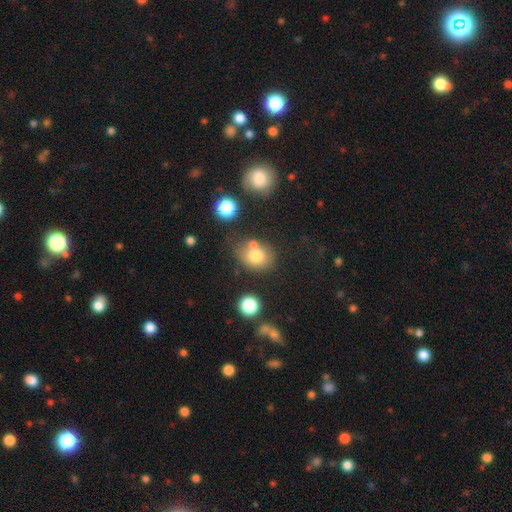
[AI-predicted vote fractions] Overall: smooth (73%). How rounded: round (54%; in between 45%). Merging: none (54%; merger 24%).